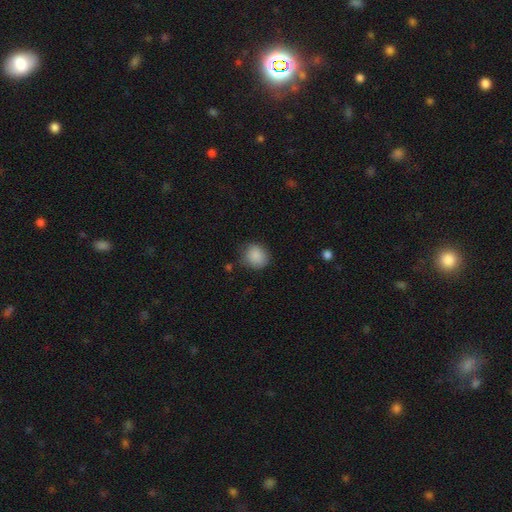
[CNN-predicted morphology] type=smooth (87%); roundness=round (78%); merging=none (76%).